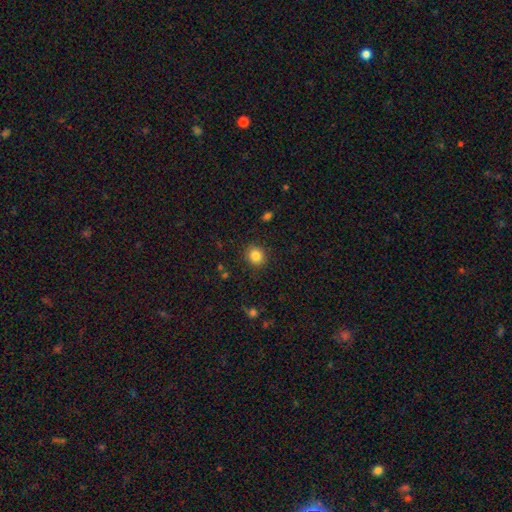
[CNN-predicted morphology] Smooth or featured? Predicted: smooth (p=0.84). How rounded? Predicted: round (p=0.83). Merging? Predicted: none (p=0.90).